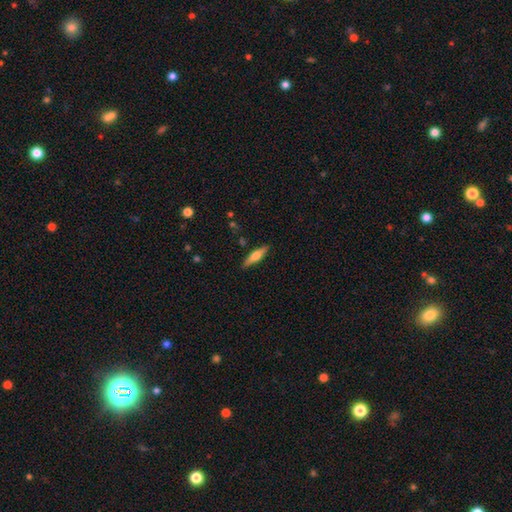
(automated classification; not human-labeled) This appears to be a smooth galaxy with no disk features (49%). Merging: none (87%).